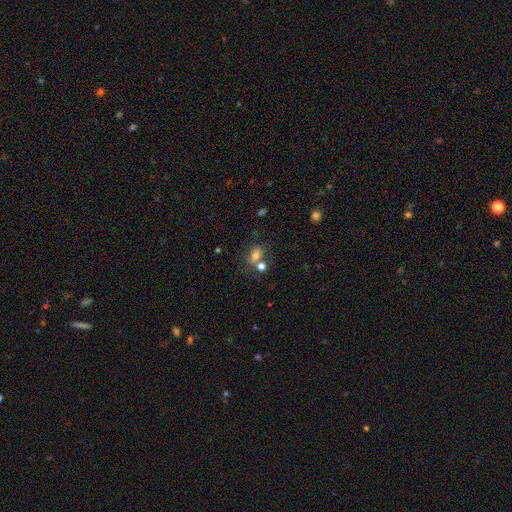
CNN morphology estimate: Overall: smooth (71%). How rounded: in between (73%). Merging: none (53%; merger 28%).